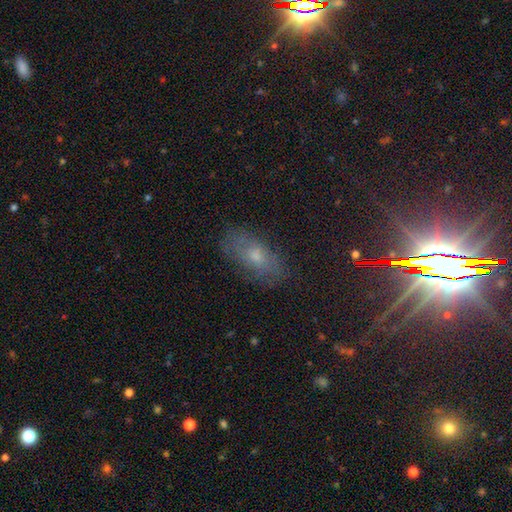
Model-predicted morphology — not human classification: The model was most divided on "smooth or featured": smooth: 38%, star or artifact: 34%, featured or disk: 28%. More confident: merging — none (80%).